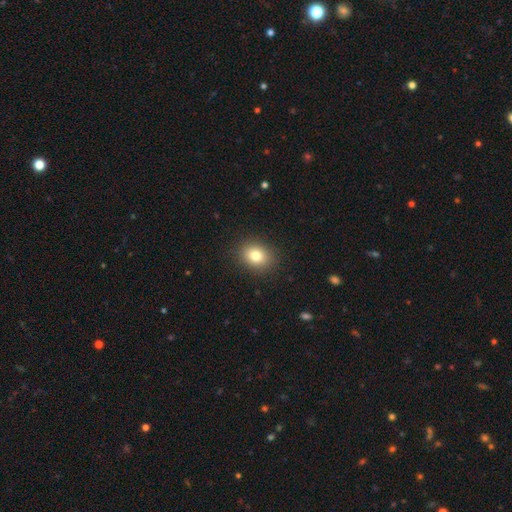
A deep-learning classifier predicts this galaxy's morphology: A smooth galaxy with no disk features (81%) that is round (51%). Merging: none (89%).